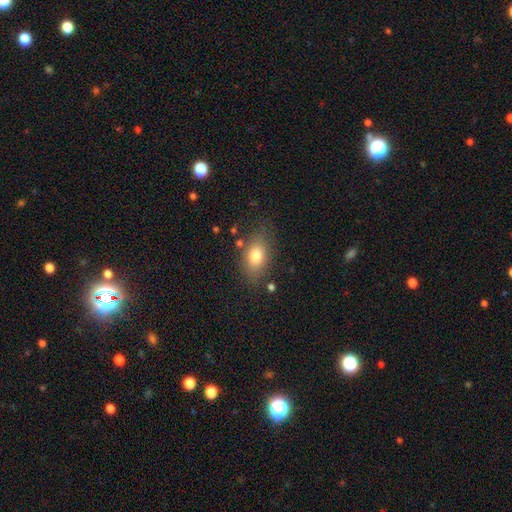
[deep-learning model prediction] This is likely a smooth galaxy (78%). How rounded: clearly in between (83%). Merging: likely none (77%).